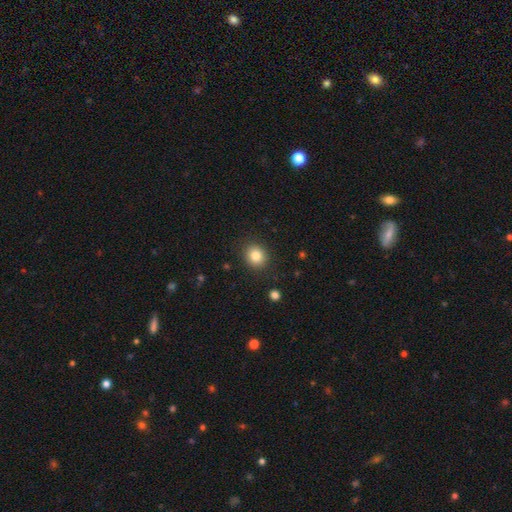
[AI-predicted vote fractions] A smooth galaxy with no disk features (83%) that is round (76%).

Vote fractions:
- Smooth or featured? smooth: 83% / star or artifact: 10% / featured or disk: 6%
- How rounded? round: 76% / in between: 23% / cigar-shaped: 1%
- Merging? none: 89% / minor disturbance: 8% / major disturbance: 3% / merger: 1%